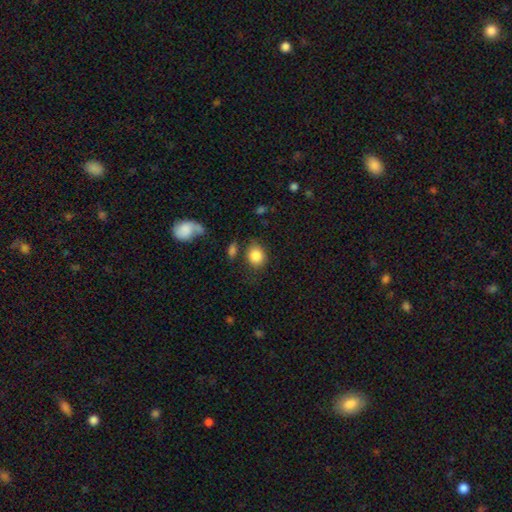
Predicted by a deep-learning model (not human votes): Smooth or featured?
  - smooth: 85% *
  - star or artifact: 9%
  - featured or disk: 6%
How rounded?
  - round: 62% *
  - in between: 37%
  - cigar-shaped: 1%
Merging?
  - none: 69% *
  - minor disturbance: 19%
  - major disturbance: 6%
  - merger: 5%